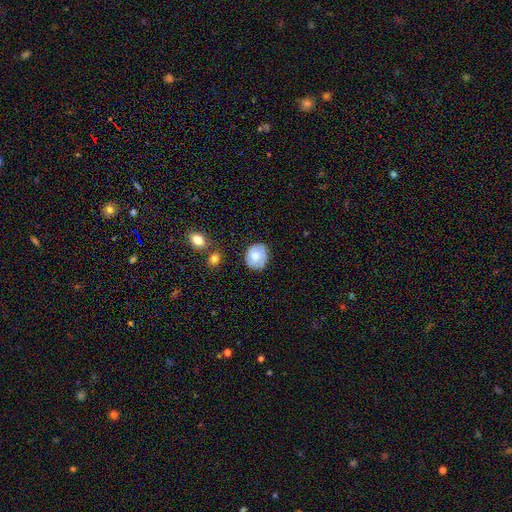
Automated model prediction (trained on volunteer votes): This is possibly a featured or disk galaxy (48%). Merging: likely none (73%).